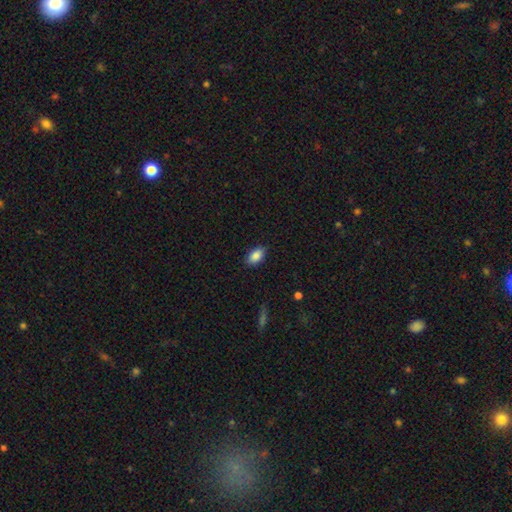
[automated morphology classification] Smooth or featured? Predicted: smooth (p=0.87). How rounded? Predicted: in between (p=0.91). Merging? Predicted: none (p=0.87).